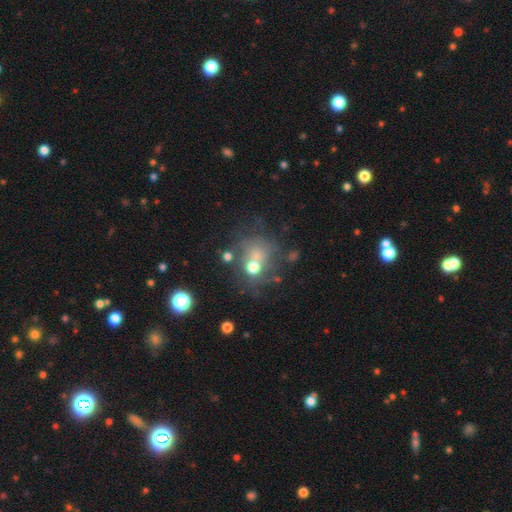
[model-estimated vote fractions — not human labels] Smooth or featured? smooth (55%)
How rounded? round (75%)
Merging? none (43%)